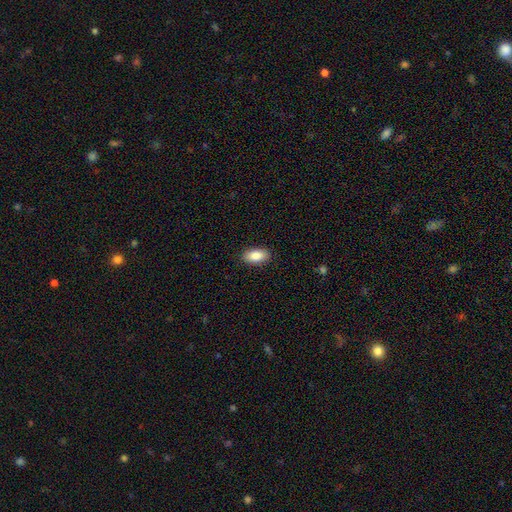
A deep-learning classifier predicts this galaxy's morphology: A smooth galaxy with no disk features (87%) that is in between round and cigar-shaped (93%).

Vote fractions:
- Smooth or featured? smooth: 87% / star or artifact: 7% / featured or disk: 7%
- How rounded? in between: 93% / cigar-shaped: 4% / round: 3%
- Merging? none: 89% / minor disturbance: 8% / major disturbance: 2% / merger: 1%